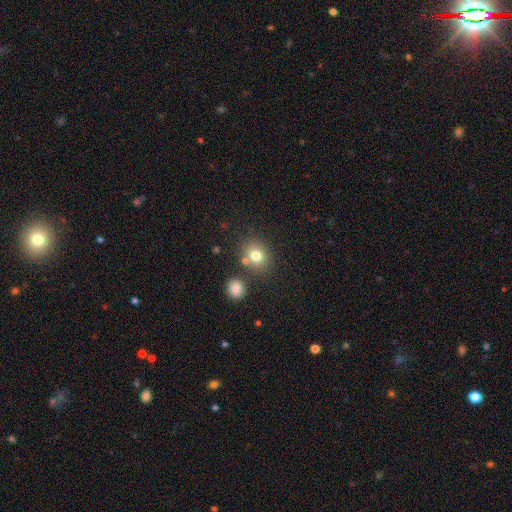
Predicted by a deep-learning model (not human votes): smooth 78%, star or artifact 12%, featured or disk 10%. Down the decision tree: how rounded — round (58%); merging — none (71%).